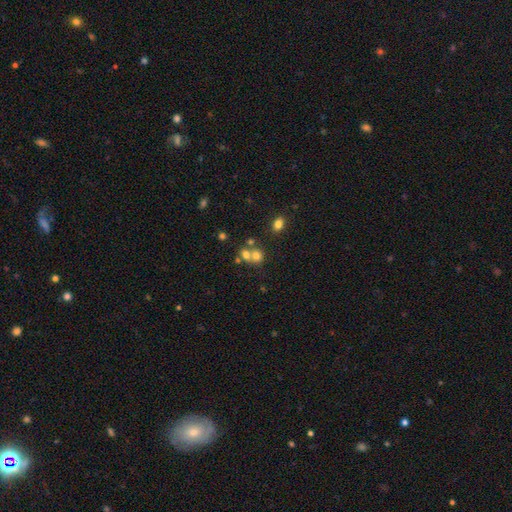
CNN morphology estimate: This appears to be a smooth galaxy with no disk features (68%) that is round (75%). Merging: merger (52%).